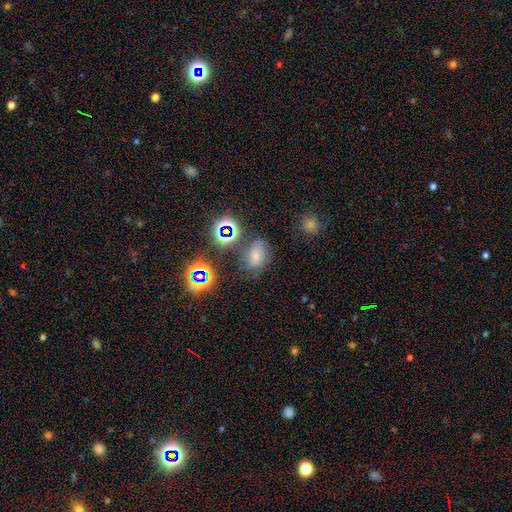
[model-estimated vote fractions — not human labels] smooth-or-featured: smooth: 52% | star or artifact: 30% | featured or disk: 18%
  how-rounded: in between: 74% | round: 24% | cigar-shaped: 2%
  merging: none: 54% | minor disturbance: 24% | major disturbance: 13% | merger: 8%